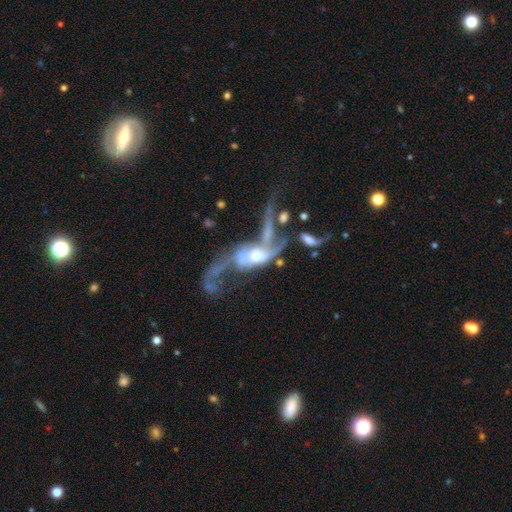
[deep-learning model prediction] Morphology: type=featured or disk (76%); edge-on=no (89%); bar=no (52%); spiral arms=yes (73%); bulge=moderate (56%); merging=major disturbance (39%).